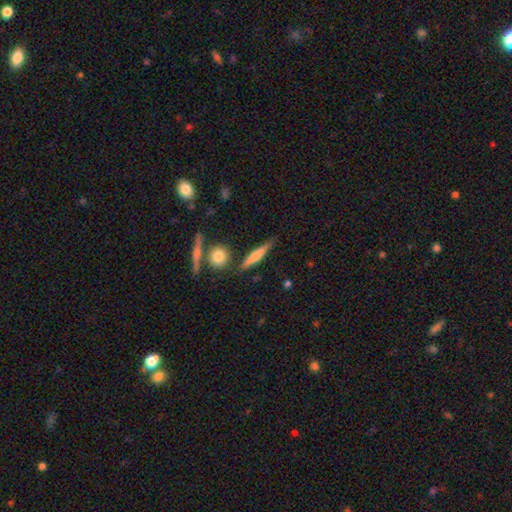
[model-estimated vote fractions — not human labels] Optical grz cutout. It shows a smooth galaxy with no disk features (59%) that is cigar-shaped (83%). Merging: none (78%).